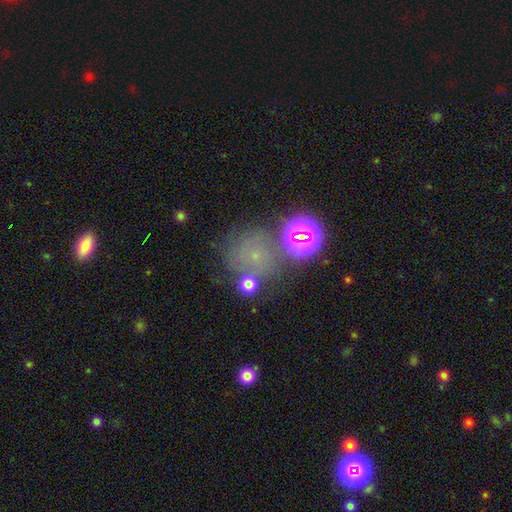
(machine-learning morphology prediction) Smooth or featured? Predicted: star or artifact (p=0.44).